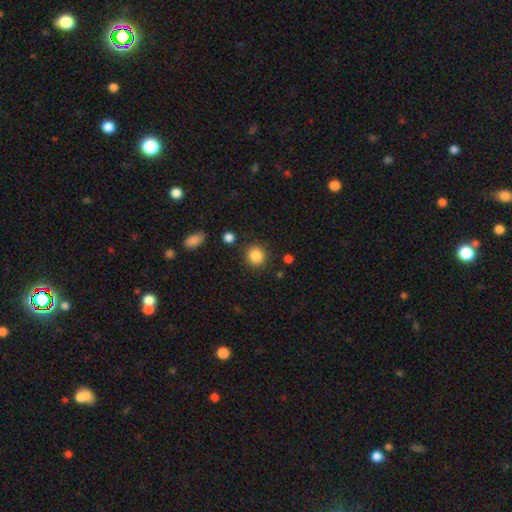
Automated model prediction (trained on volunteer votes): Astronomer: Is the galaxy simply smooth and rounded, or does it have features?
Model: smooth — 87%.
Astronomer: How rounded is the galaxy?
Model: round — 88%.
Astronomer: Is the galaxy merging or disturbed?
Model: none — 87%.